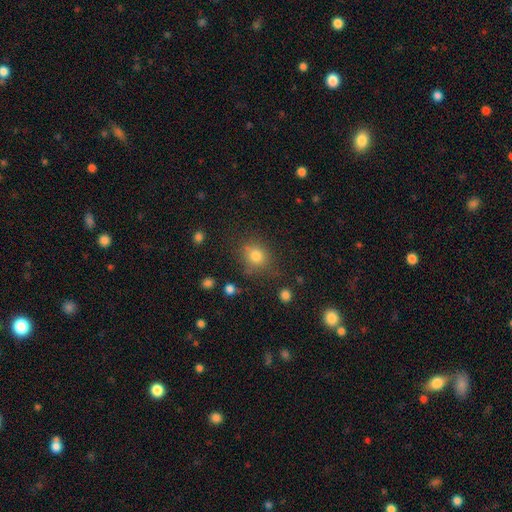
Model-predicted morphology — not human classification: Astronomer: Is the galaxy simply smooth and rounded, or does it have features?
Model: smooth — 78%.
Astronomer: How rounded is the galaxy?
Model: round — 72%.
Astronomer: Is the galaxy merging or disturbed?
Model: none — 73%.